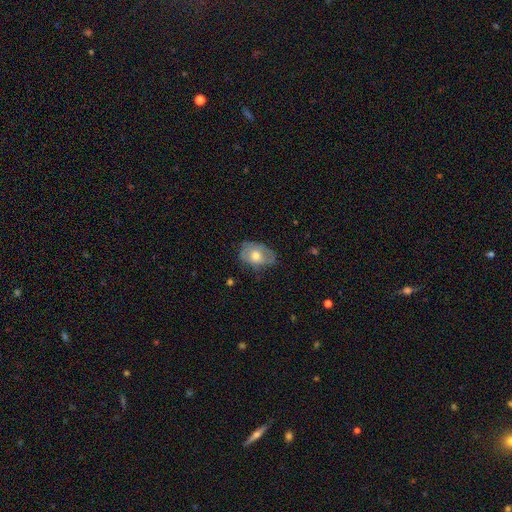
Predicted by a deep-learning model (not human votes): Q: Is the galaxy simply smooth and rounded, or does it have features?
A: smooth — 54%.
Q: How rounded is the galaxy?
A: in between — 79%.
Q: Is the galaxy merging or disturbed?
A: none — 57%.